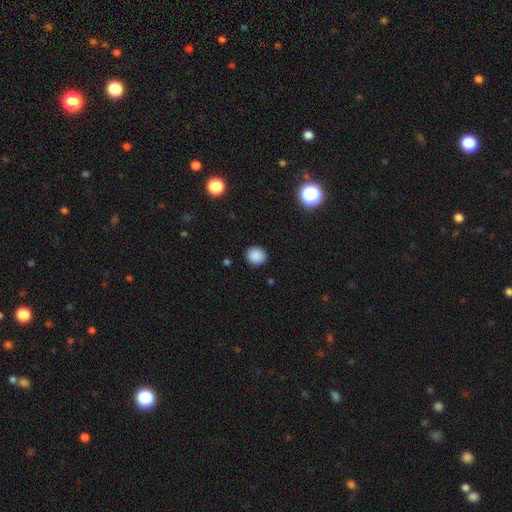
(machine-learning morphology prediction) This appears to be a smooth galaxy with no disk features (87%) that is round (85%). Merging: none (91%).